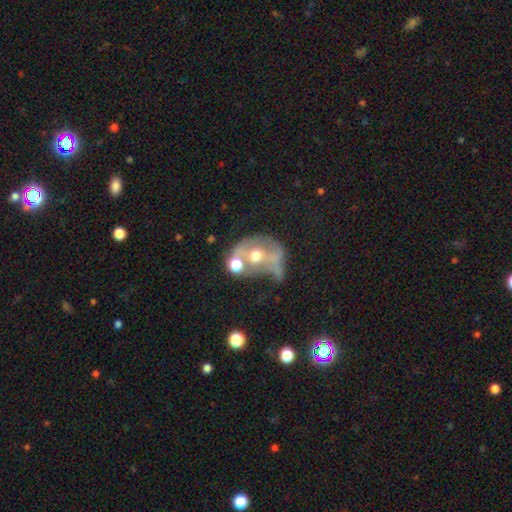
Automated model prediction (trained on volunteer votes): featured or disk 57%, smooth 28%, star or artifact 15%. Down the decision tree: edge-on disk — no (95%); bar — no (73%); spiral arms — no (66%); bulge size — moderate (68%); merging — merger (37%).